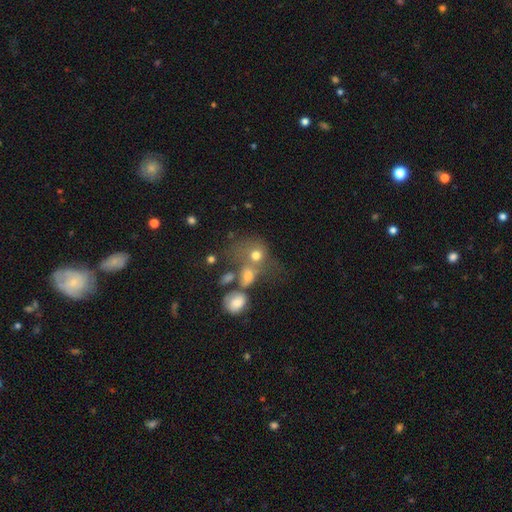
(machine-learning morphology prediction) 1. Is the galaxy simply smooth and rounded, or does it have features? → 66% smooth, 19% featured or disk, 15% star or artifact.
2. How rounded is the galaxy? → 67% round, 32% in between, 1% cigar-shaped.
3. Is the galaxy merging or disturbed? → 46% merger, 28% none, 15% major disturbance, 11% minor disturbance.